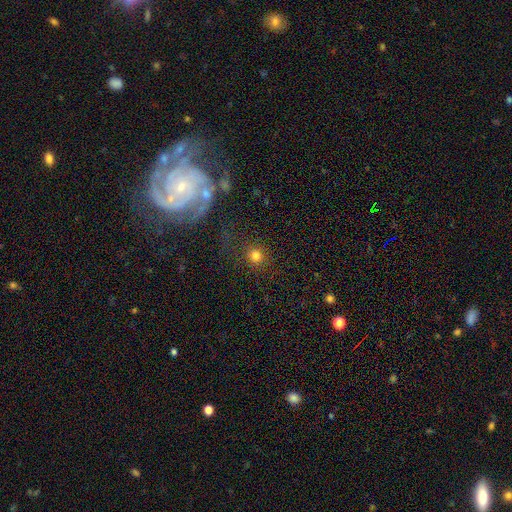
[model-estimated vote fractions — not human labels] Morphology: type=smooth (76%); roundness=round (90%); merging=none (83%).